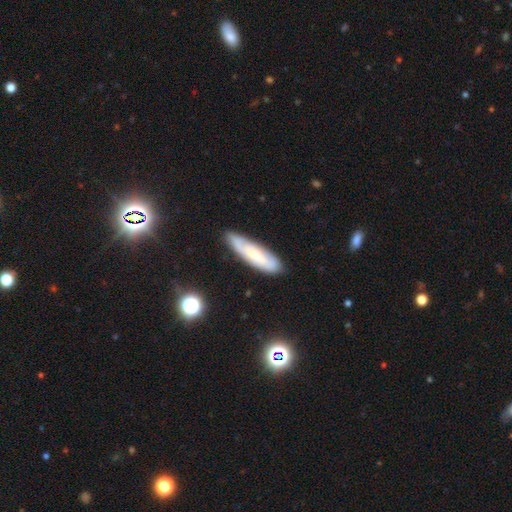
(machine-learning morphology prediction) The model was most divided on "smooth or featured": smooth: 48%, featured or disk: 46%, star or artifact: 6%. More confident: merging — none (78%).